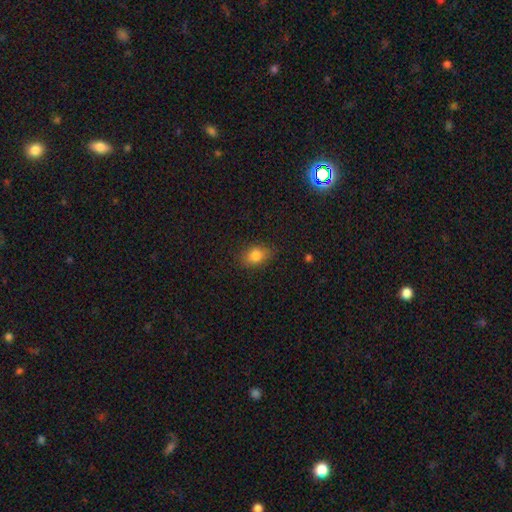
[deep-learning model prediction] The model was most divided on "how rounded": in between: 70%, round: 28%, cigar-shaped: 2%. More confident: merging — none (82%); smooth or featured — smooth (82%).